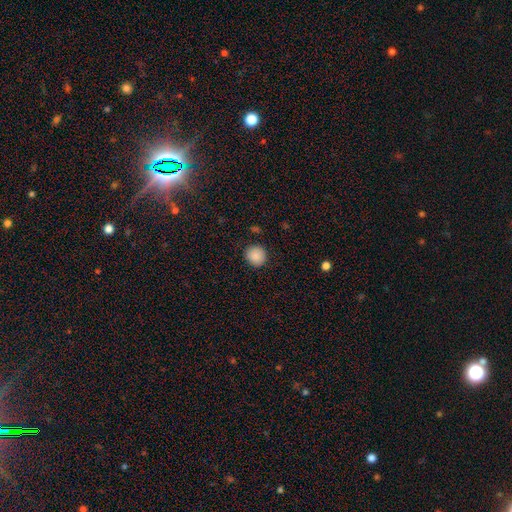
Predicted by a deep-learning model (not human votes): smooth 88%, star or artifact 8%, featured or disk 3%. Down the decision tree: how rounded — round (91%); merging — none (90%).